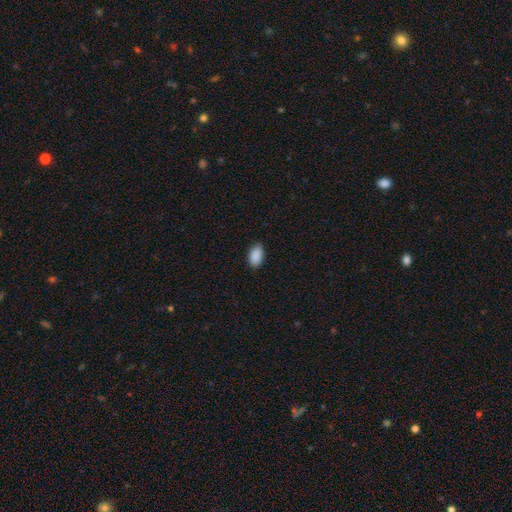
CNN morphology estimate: A smooth galaxy with no disk features (90%) that is in between round and cigar-shaped (94%). Merging: none (87%).